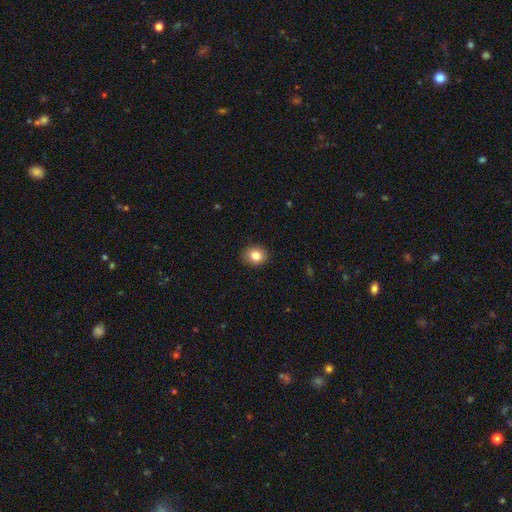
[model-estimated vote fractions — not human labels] The model was most divided on "how rounded": round: 64%, in between: 35%, cigar-shaped: 1%. More confident: merging — none (90%); smooth or featured — smooth (84%).